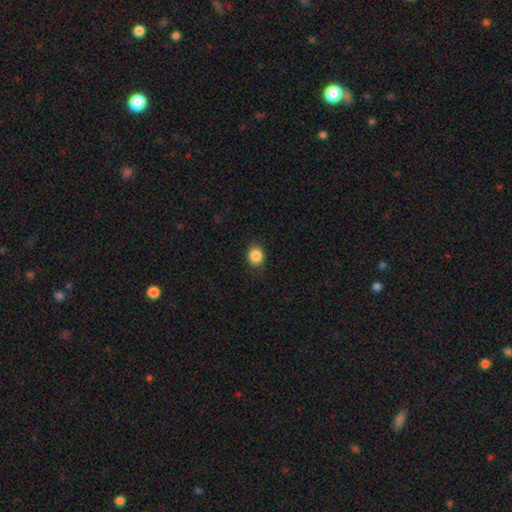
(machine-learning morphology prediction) Smooth or featured? smooth (87%)
How rounded? round (73%)
Merging? none (88%)